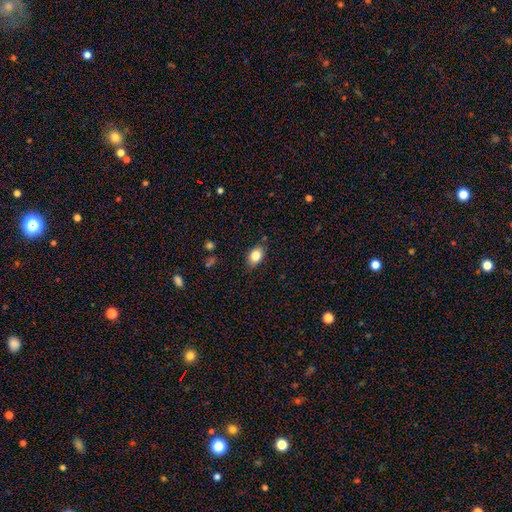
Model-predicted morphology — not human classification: This appears to be a smooth galaxy with no disk features (83%) that is in between round and cigar-shaped (78%). Merging: none (80%).